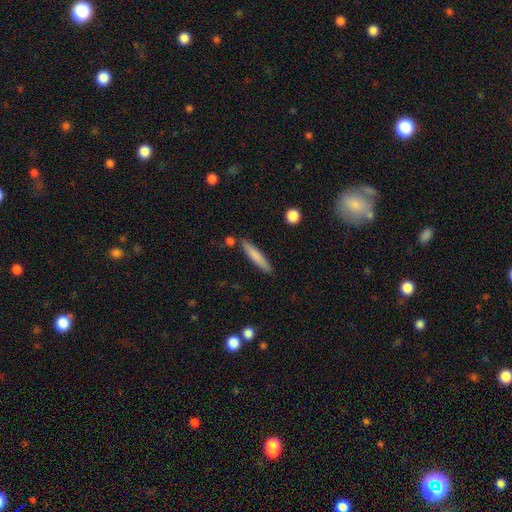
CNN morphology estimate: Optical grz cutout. It shows a smooth galaxy with no disk features (76%) that is cigar-shaped (91%). Merging: none (82%).